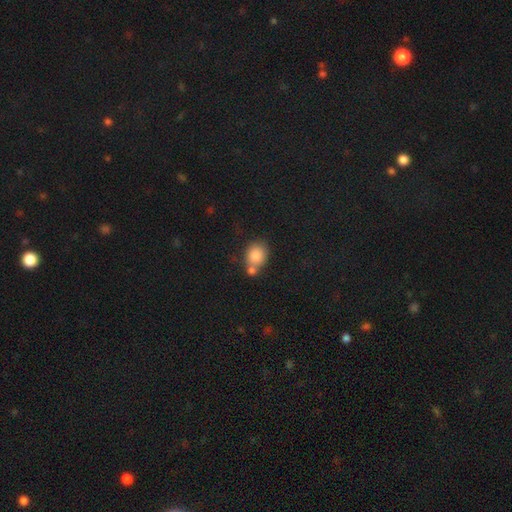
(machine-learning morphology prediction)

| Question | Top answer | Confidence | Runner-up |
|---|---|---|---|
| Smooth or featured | smooth | 84% | star or artifact (9%) |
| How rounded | round | 58% | in between (41%) |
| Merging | none | 45% | merger (37%) |